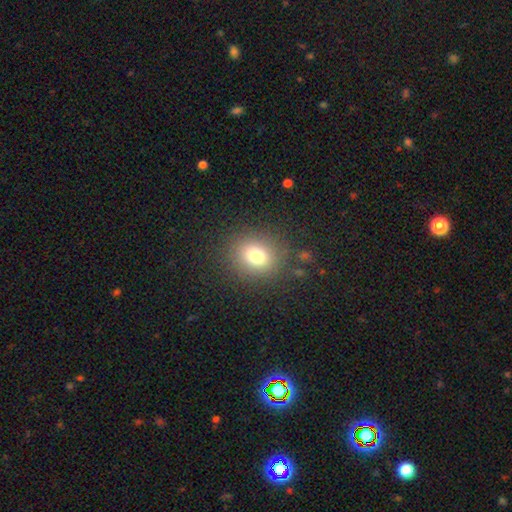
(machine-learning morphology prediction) The model was most divided on "how rounded": round: 69%, in between: 30%, cigar-shaped: 1%. More confident: merging — none (85%); smooth or featured — smooth (77%).